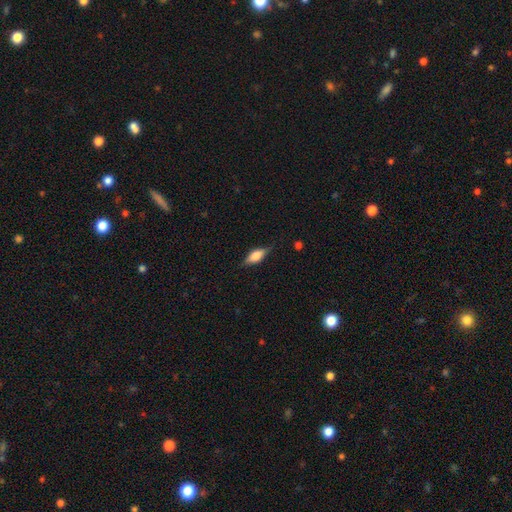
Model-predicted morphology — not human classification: Smooth or featured? smooth (57%)
How rounded? in between (73%)
Merging? none (77%)